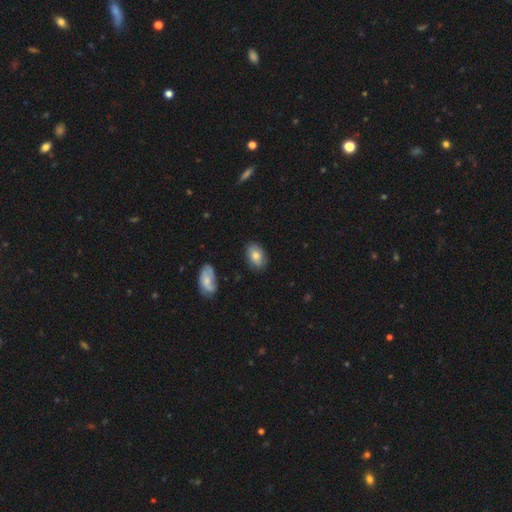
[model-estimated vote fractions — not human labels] Overall: smooth (74%). How rounded: in between (85%). Merging: none (81%).